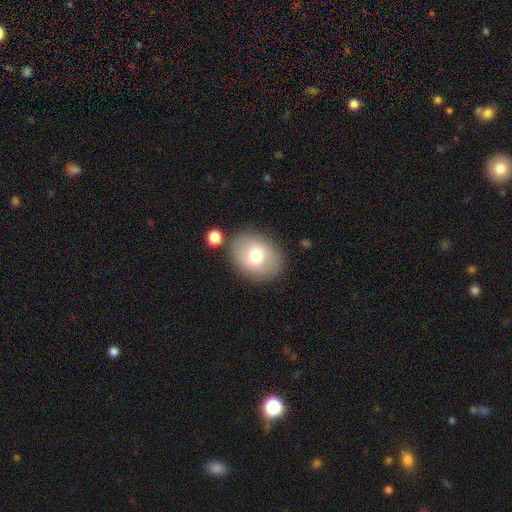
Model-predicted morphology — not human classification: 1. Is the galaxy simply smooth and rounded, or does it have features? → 72% smooth, 20% featured or disk, 8% star or artifact.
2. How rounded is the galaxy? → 51% in between, 48% round, 1% cigar-shaped.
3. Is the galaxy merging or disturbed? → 79% none, 12% minor disturbance, 6% merger, 4% major disturbance.